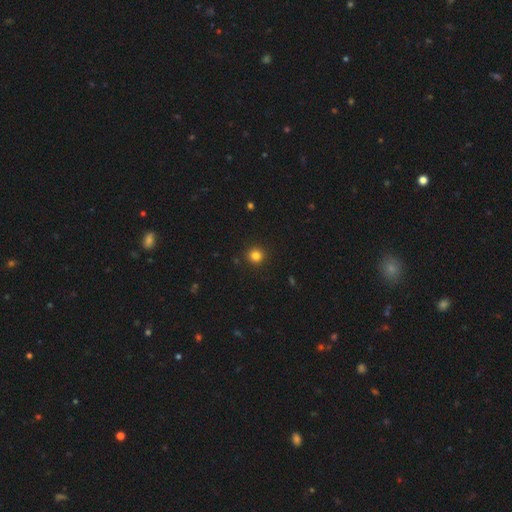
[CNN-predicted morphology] Q: Smooth or featured?
A: smooth (82%); runner-up: star or artifact (13%)
Q: How rounded?
A: round (94%); runner-up: in between (5%)
Q: Merging?
A: none (92%); runner-up: minor disturbance (5%)